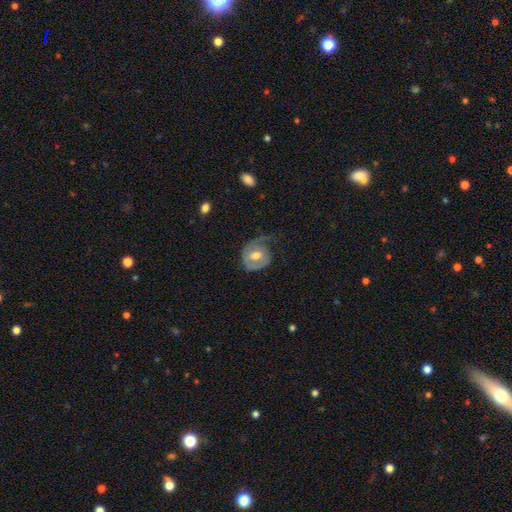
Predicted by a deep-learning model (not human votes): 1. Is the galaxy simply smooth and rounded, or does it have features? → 58% featured or disk, 36% smooth, 6% star or artifact.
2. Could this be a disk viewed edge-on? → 96% no, 4% yes.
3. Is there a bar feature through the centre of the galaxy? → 46% weak, 39% no, 15% strong.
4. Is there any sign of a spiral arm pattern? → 73% yes, 27% no.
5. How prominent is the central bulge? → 71% moderate, 14% small, 12% large, 2% none, 1% dominant.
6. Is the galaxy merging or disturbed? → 44% none, 28% minor disturbance, 27% major disturbance, 2% merger.